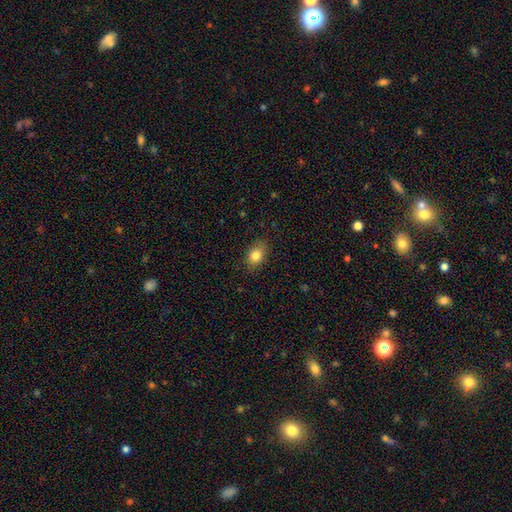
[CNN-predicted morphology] Smooth or featured? smooth (83%)
How rounded? in between (76%)
Merging? none (83%)